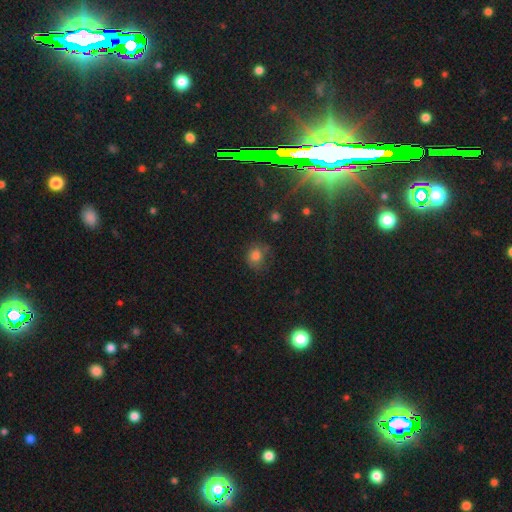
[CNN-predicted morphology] This is likely a smooth galaxy (76%). How rounded: likely round (73%). Merging: possibly none (59%).